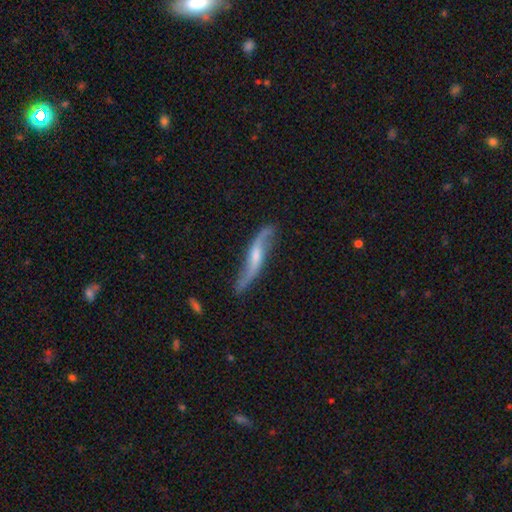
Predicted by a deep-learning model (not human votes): Overall: featured or disk (82%). Edge-on disk: no (67%; yes 33%). Bar: no (41%; weak 40%). Spiral arms: yes (94%). Spiral arm count: 2 (92%). Spiral winding: loose (85%). Bulge size: small (43%; moderate 41%). Merging: none (74%).